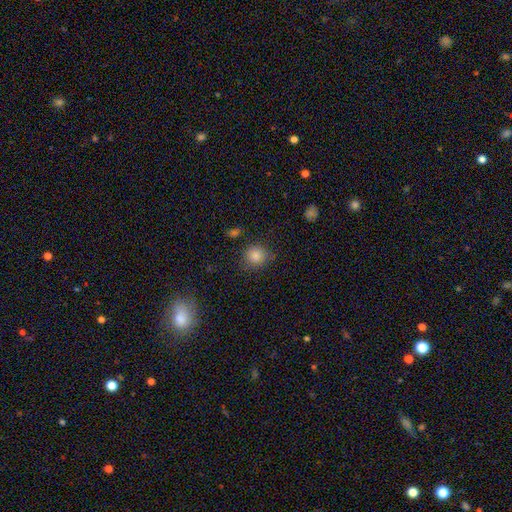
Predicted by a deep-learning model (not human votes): A smooth galaxy with no disk features (84%) that is round (88%).

Vote fractions:
- Smooth or featured? smooth: 84% / star or artifact: 11% / featured or disk: 5%
- How rounded? round: 88% / in between: 11% / cigar-shaped: 1%
- Merging? none: 82% / minor disturbance: 11% / major disturbance: 4% / merger: 3%